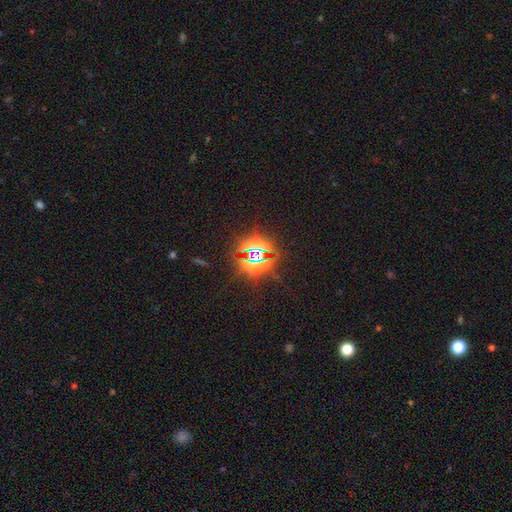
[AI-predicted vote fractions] Morphology: type=star or artifact (80%).